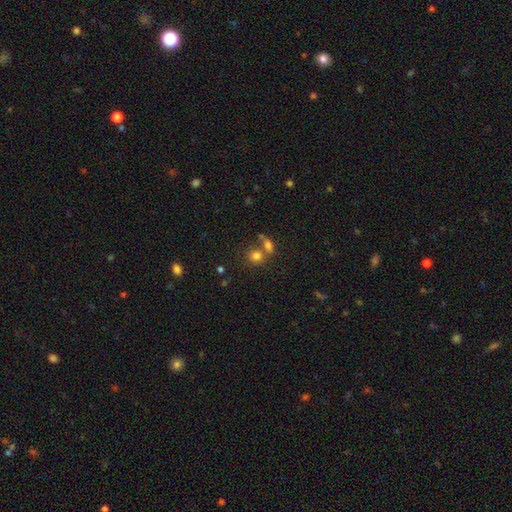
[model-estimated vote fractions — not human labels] This appears to be a smooth galaxy with no disk features (78%) that is round (72%). Merging: none (48%).